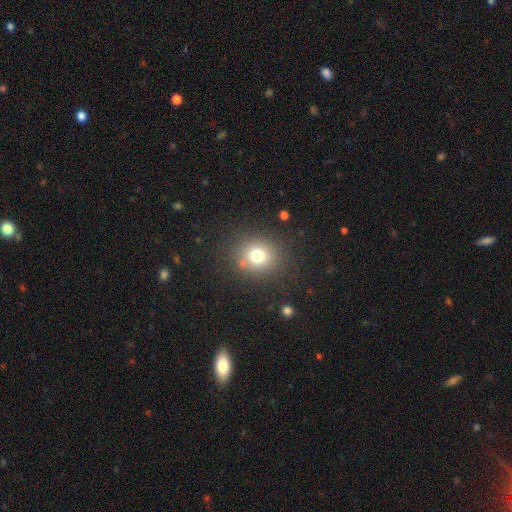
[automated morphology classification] Smooth or featured?
  - smooth: 75% *
  - star or artifact: 15%
  - featured or disk: 10%
How rounded?
  - round: 84% *
  - in between: 15%
  - cigar-shaped: 1%
Merging?
  - none: 83% *
  - minor disturbance: 9%
  - major disturbance: 4%
  - merger: 4%